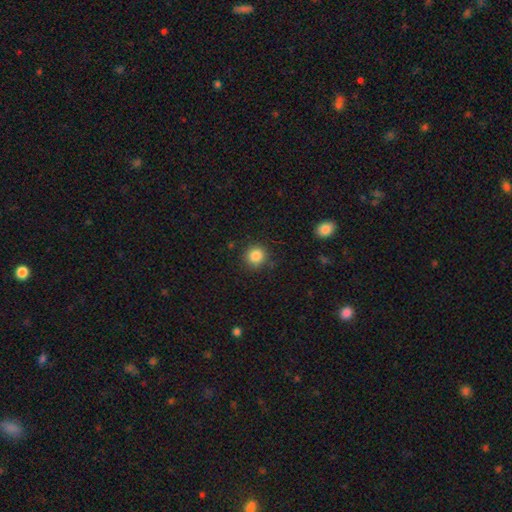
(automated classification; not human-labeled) A smooth galaxy with no disk features (86%) that is round (92%).

Vote fractions:
- Smooth or featured? smooth: 86% / star or artifact: 10% / featured or disk: 4%
- How rounded? round: 92% / in between: 7% / cigar-shaped: 1%
- Merging? none: 89% / minor disturbance: 8% / major disturbance: 2% / merger: 1%